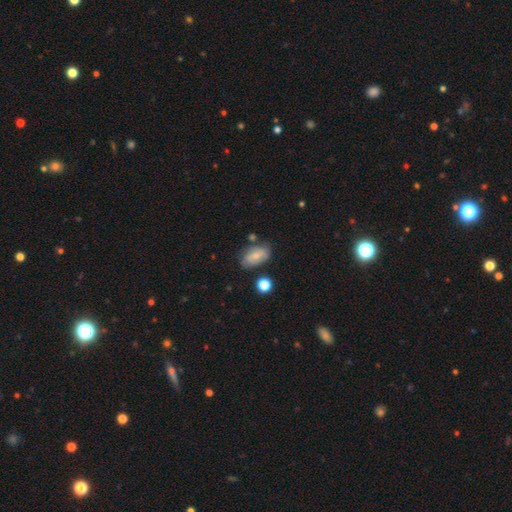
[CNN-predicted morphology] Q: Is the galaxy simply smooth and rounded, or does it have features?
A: smooth — 67%.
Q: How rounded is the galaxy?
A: in between — 90%.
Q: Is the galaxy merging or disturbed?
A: none — 70%.